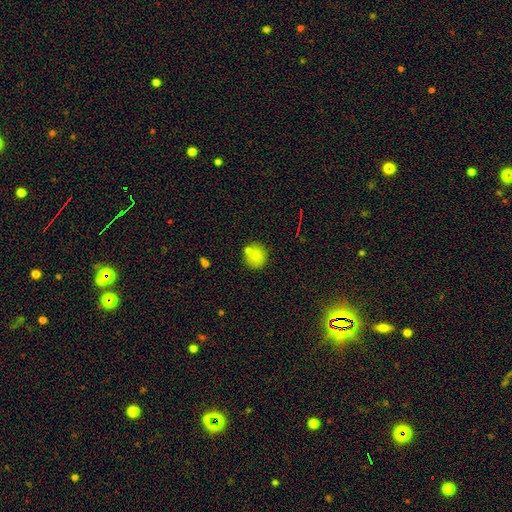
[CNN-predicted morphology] Smooth or featured: smooth — 79% (featured or disk — 11%)
How rounded: round — 91% (in between — 8%)
Merging: none — 72% (merger — 15%)